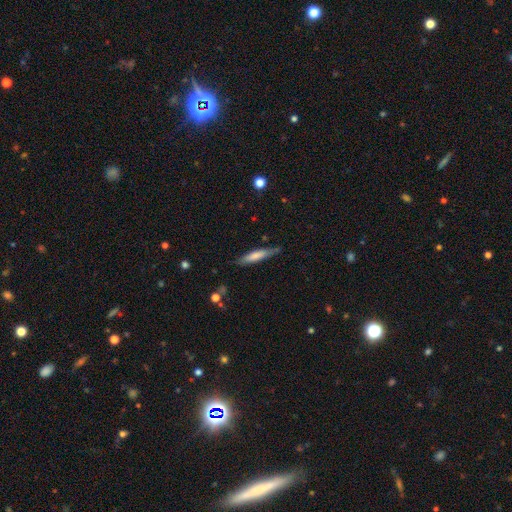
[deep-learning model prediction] smooth-or-featured: smooth: 66% | featured or disk: 28% | star or artifact: 6%
  how-rounded: cigar-shaped: 87% | in between: 12% | round: 1%
  merging: none: 78% | minor disturbance: 17% | major disturbance: 3% | merger: 2%